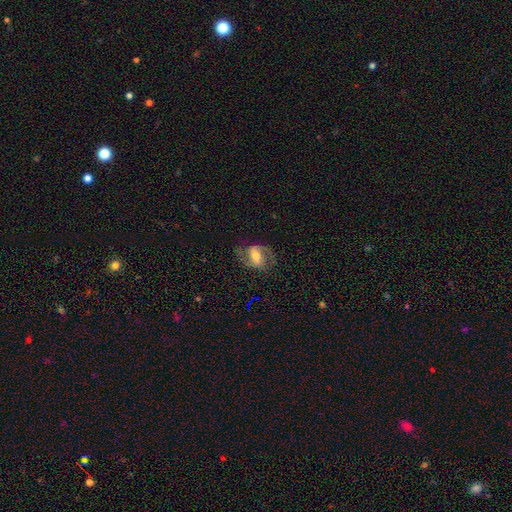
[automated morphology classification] Smooth or featured: featured or disk — 85% (smooth — 9%)
Edge-on disk: no — 97% (yes — 3%)
Bar: weak — 45% (strong — 37%)
Spiral arms: yes — 96% (no — 4%)
Spiral winding: medium — 58% (loose — 24%)
Spiral arm count: 2 — 92% (can't tell — 3%)
Bulge size: moderate — 56% (small — 28%)
Merging: none — 77% (minor disturbance — 14%)